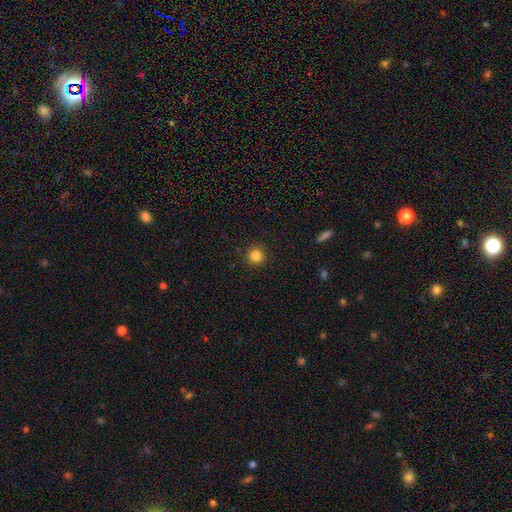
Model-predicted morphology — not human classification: This is clearly a smooth galaxy (84%). How rounded: clearly round (95%). Merging: clearly none (92%).